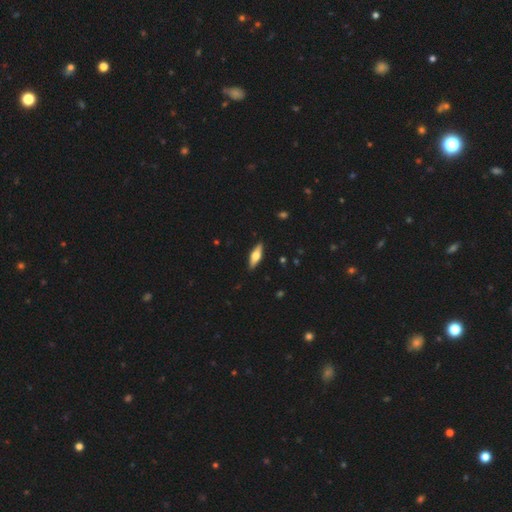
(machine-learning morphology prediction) featured or disk 55%, smooth 39%, star or artifact 6%. Down the decision tree: edge-on disk — yes (93%); edge-on bulge — rounded (93%); merging — none (90%).